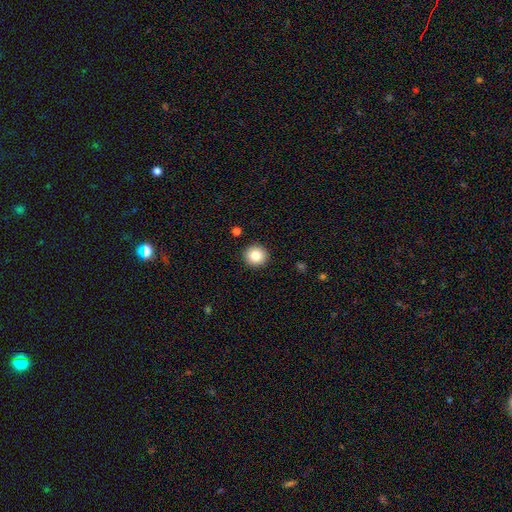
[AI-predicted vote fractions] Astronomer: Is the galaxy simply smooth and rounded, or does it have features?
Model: smooth — 84%.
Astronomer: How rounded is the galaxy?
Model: round — 92%.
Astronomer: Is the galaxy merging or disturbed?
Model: none — 92%.